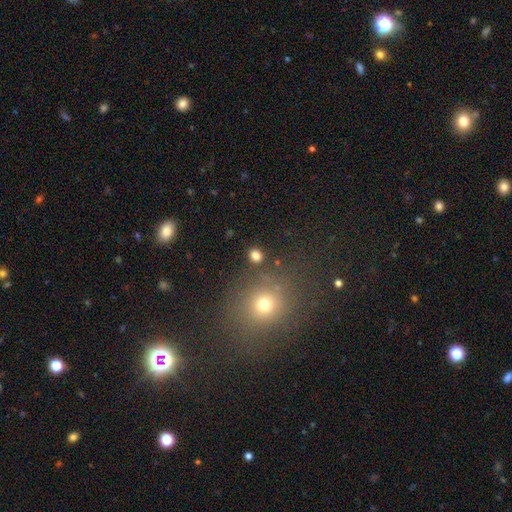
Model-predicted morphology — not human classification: Smooth or featured: smooth — 80% (star or artifact — 15%)
How rounded: round — 77% (in between — 21%)
Merging: none — 86% (minor disturbance — 7%)